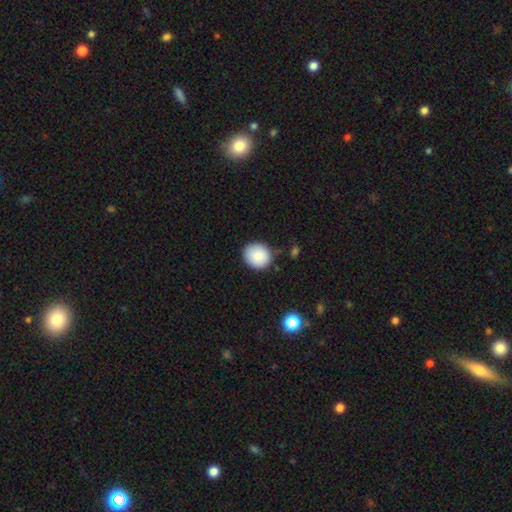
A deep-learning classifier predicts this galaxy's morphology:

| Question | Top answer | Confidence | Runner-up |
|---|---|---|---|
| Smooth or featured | smooth | 86% | star or artifact (8%) |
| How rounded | round | 82% | in between (17%) |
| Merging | none | 84% | minor disturbance (11%) |